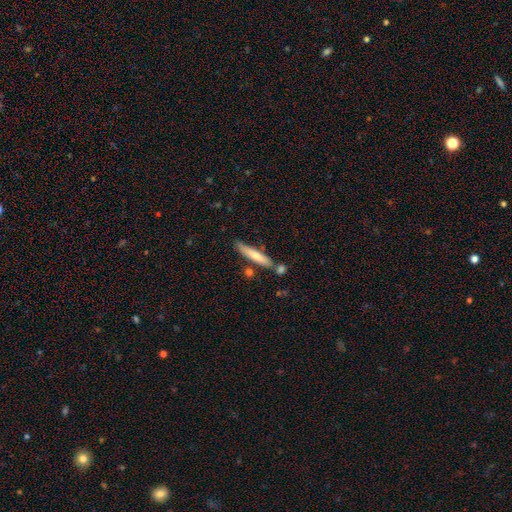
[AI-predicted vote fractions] Q: Smooth or featured?
A: smooth (69%); runner-up: featured or disk (25%)
Q: How rounded?
A: cigar-shaped (90%); runner-up: in between (9%)
Q: Merging?
A: none (72%); runner-up: minor disturbance (15%)